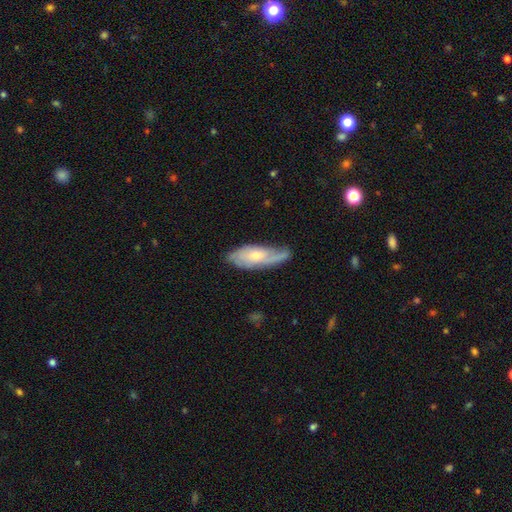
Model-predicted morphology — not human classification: The model was most divided on "bulge size": small: 48%, moderate: 45%, large: 3%, none: 3%, dominant: 1%. More confident: spiral arms — yes (85%); edge-on disk — no (85%); bar — no (73%); smooth or featured — featured or disk (61%); merging — none (58%).